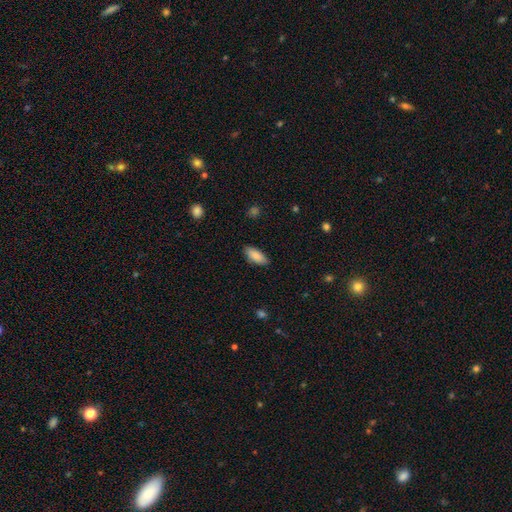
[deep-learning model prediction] Smooth or featured? smooth (87%)
How rounded? in between (82%)
Merging? none (87%)